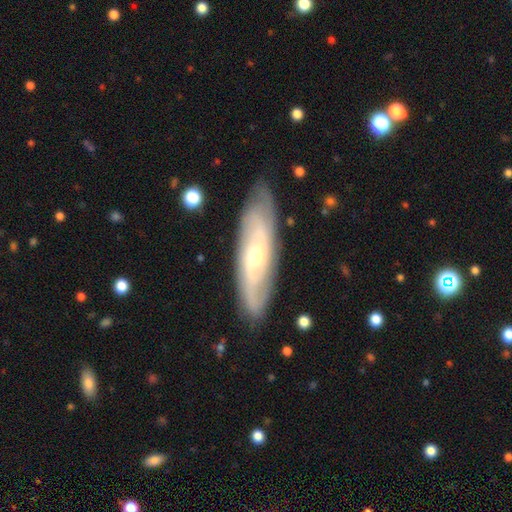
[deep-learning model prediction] Smooth or featured?
  - featured or disk: 77% *
  - smooth: 18%
  - star or artifact: 6%
Edge-on disk?
  - no: 78% *
  - yes: 22%
Bar?
  - no: 61% *
  - weak: 30%
  - strong: 9%
Spiral arms?
  - yes: 90% *
  - no: 10%
Spiral winding?
  - tight: 49% *
  - medium: 36%
  - loose: 16%
Spiral arm count?
  - 2: 42% *
  - can't tell: 37%
  - 3: 10%
  - 4: 5%
  - 1: 3%
  - more than 4: 3%
Bulge size?
  - small: 58% *
  - moderate: 39%
  - large: 2%
  - none: 1%
  - dominant: 1%
Merging?
  - none: 84% *
  - minor disturbance: 12%
  - major disturbance: 3%
  - merger: 1%